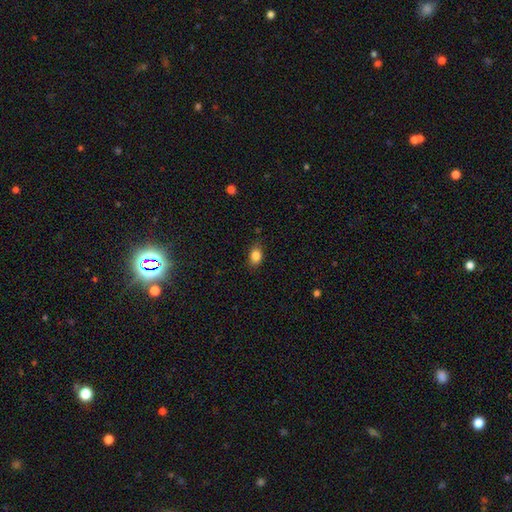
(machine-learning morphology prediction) smooth-or-featured: smooth: 86% | star or artifact: 9% | featured or disk: 5%
  how-rounded: in between: 78% | round: 20% | cigar-shaped: 2%
  merging: none: 82% | minor disturbance: 14% | major disturbance: 3% | merger: 1%